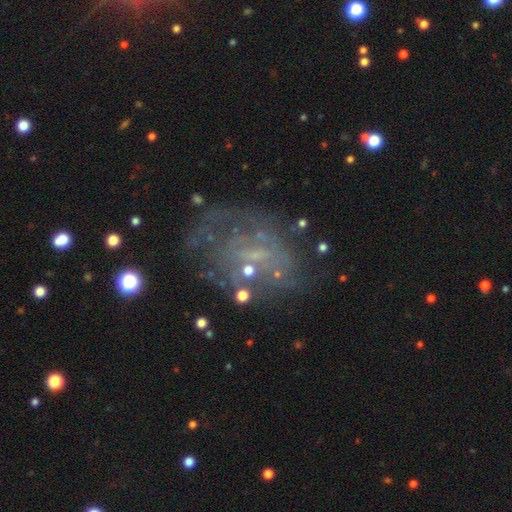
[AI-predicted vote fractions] smooth_or_featured: featured or disk (p=0.65) [alt: star or artifact p=0.19]
disk_edge_on: no (p=0.97) [alt: yes p=0.03]
bar: no (p=0.55) [alt: weak p=0.35]
has_spiral_arms: yes (p=0.52) [alt: no p=0.48]
bulge_size: small (p=0.51) [alt: none p=0.35]
merging: none (p=0.55) [alt: major disturbance p=0.22]